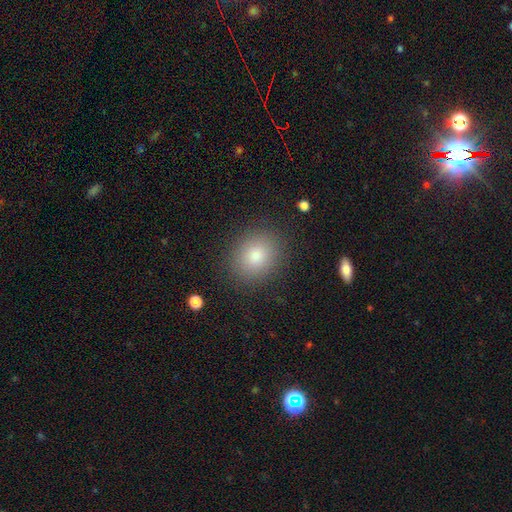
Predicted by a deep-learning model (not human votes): A smooth galaxy with no disk features (81%) that is round (59%). Merging: none (87%).